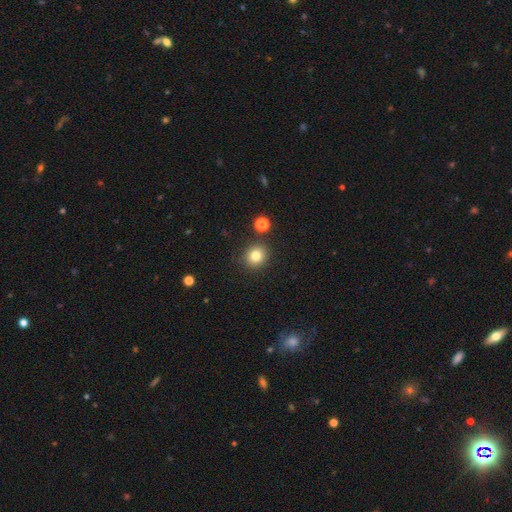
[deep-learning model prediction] Overall: smooth (81%). How rounded: round (85%). Merging: none (86%).